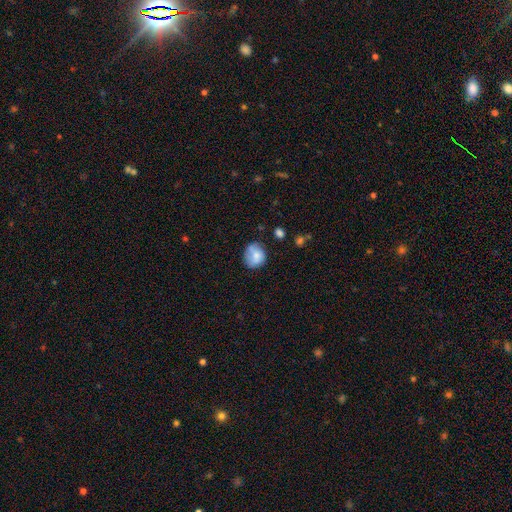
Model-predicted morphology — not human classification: Smooth or featured: smooth — 71% (featured or disk — 20%)
How rounded: round — 70% (in between — 29%)
Merging: none — 60% (minor disturbance — 27%)